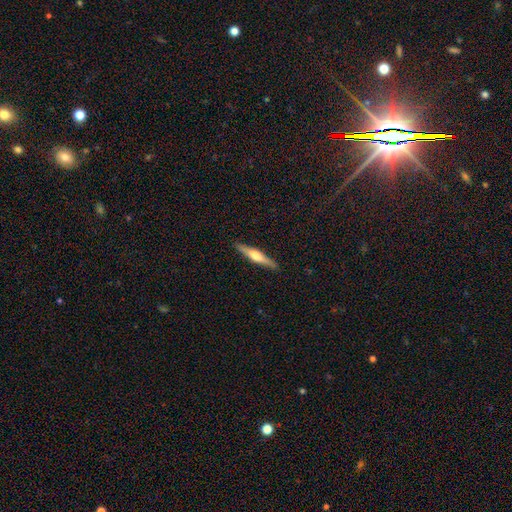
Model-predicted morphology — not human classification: The model was most divided on "smooth or featured": featured or disk: 59%, smooth: 36%, star or artifact: 5%. More confident: edge-on disk — yes (97%); merging — none (91%); edge-on bulge — rounded (85%).